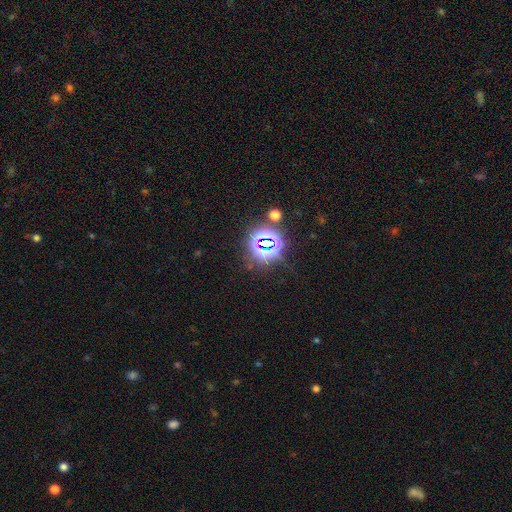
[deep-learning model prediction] Q: Smooth or featured?
A: star or artifact (83%); runner-up: smooth (11%)